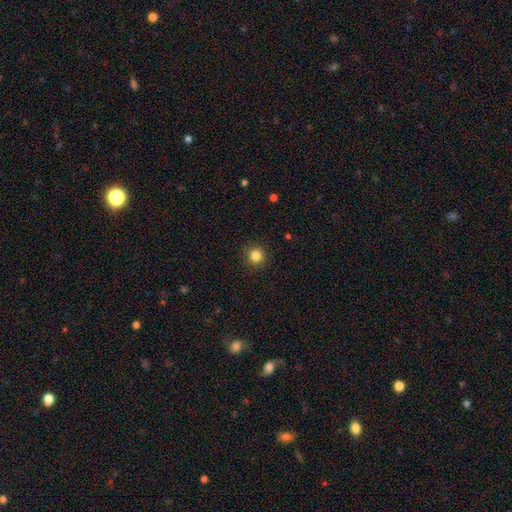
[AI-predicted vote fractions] Overall: smooth (84%). How rounded: round (93%). Merging: none (91%).